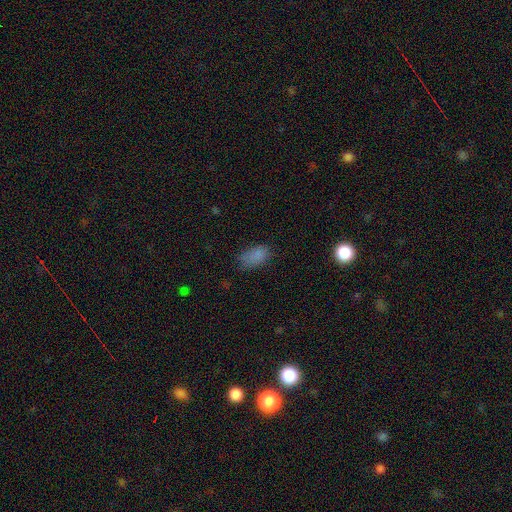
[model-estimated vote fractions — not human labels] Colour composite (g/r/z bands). It shows a smooth galaxy with no disk features (83%) that is in between round and cigar-shaped (92%). Merging: none (66%).